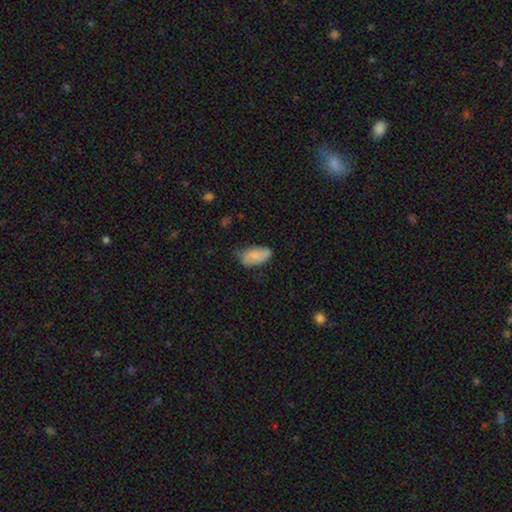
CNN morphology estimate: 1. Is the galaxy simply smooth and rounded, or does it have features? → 78% smooth, 15% featured or disk, 7% star or artifact.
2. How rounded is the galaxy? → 93% in between, 4% cigar-shaped, 3% round.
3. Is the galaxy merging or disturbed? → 57% none, 32% minor disturbance, 8% major disturbance, 3% merger.